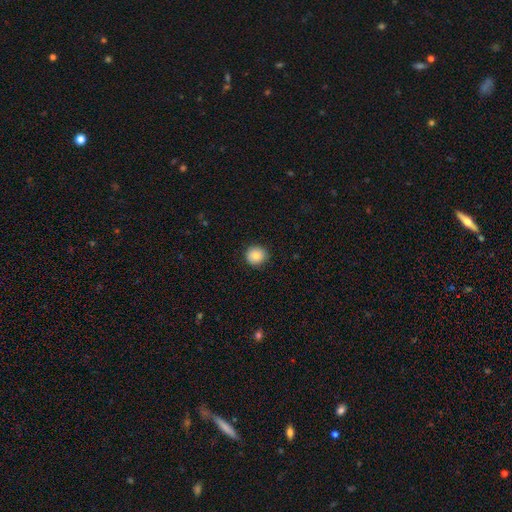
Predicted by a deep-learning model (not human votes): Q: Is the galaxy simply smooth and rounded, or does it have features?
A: smooth — 81%.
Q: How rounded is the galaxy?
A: round — 92%.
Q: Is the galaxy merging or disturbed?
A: none — 89%.